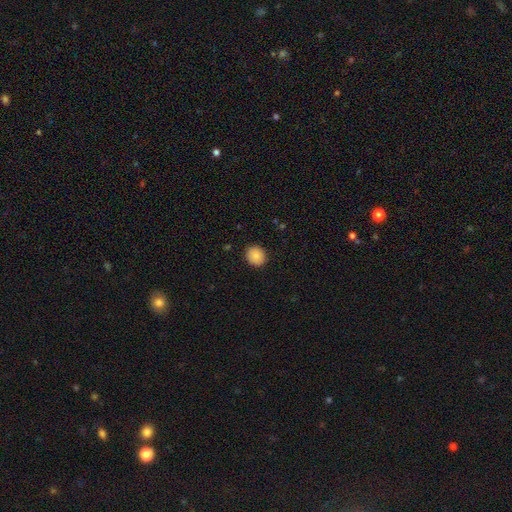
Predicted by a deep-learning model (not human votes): Smooth or featured? smooth (88%)
How rounded? round (75%)
Merging? none (90%)